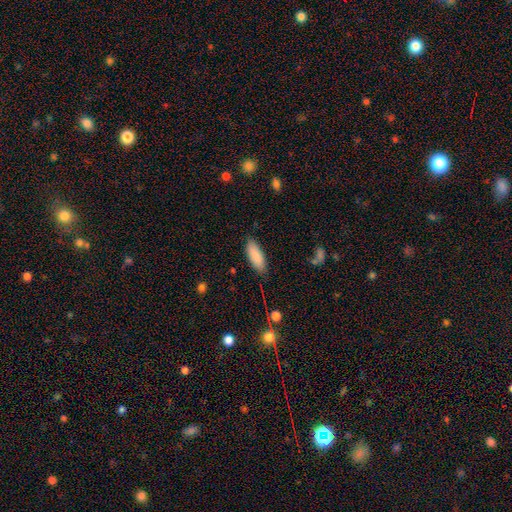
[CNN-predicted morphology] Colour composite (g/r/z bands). It shows a smooth galaxy with no disk features (88%) that is in between round and cigar-shaped (74%). Merging: none (84%).